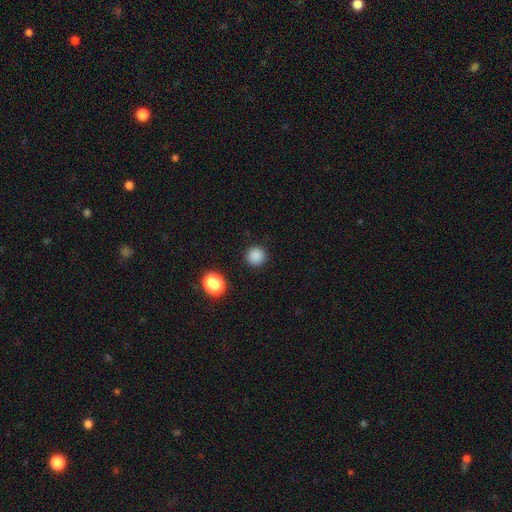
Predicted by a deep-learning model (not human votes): A smooth galaxy with no disk features (85%) that is round (94%).

Vote fractions:
- Smooth or featured? smooth: 85% / star or artifact: 12% / featured or disk: 3%
- How rounded? round: 94% / in between: 5% / cigar-shaped: 1%
- Merging? none: 91% / minor disturbance: 6% / major disturbance: 2% / merger: 2%